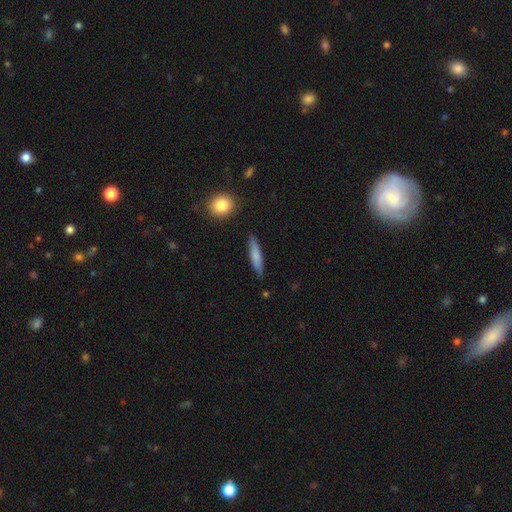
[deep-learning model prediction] smooth_or_featured: smooth (p=0.76) [alt: featured or disk p=0.18]
how_rounded: cigar-shaped (p=0.84) [alt: in between p=0.14]
merging: none (p=0.86) [alt: minor disturbance p=0.10]